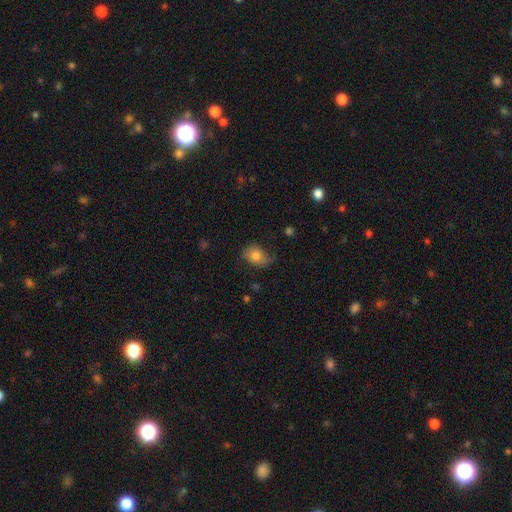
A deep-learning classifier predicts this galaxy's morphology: Smooth or featured? smooth (74%)
How rounded? in between (68%)
Merging? none (52%)